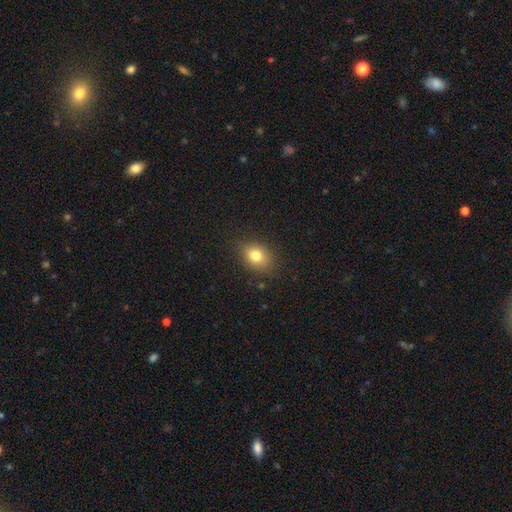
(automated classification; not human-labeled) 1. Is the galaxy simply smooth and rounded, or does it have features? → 79% smooth, 12% star or artifact, 10% featured or disk.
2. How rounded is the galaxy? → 56% in between, 42% round, 1% cigar-shaped.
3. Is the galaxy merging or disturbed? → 84% none, 12% minor disturbance, 3% major disturbance, 1% merger.